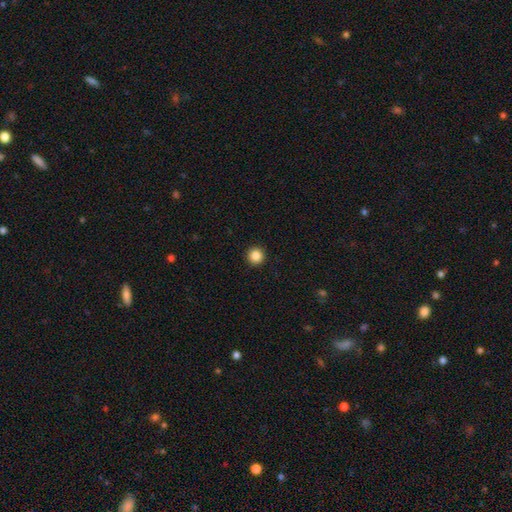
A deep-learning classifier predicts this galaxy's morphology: smooth_or_featured: smooth (p=0.86) [alt: star or artifact p=0.10]
how_rounded: round (p=0.96) [alt: in between p=0.03]
merging: none (p=0.94) [alt: minor disturbance p=0.04]